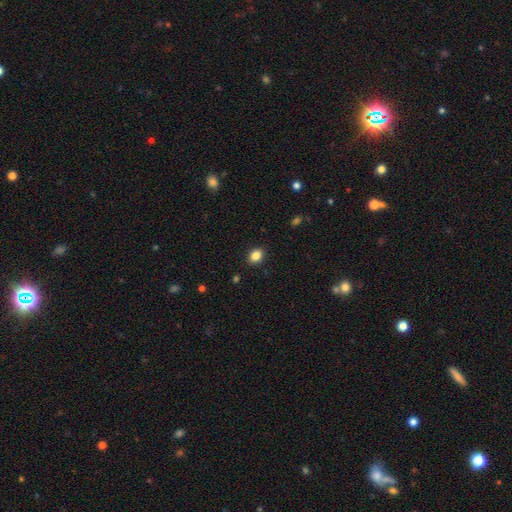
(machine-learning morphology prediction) type=smooth (85%); roundness=in between (66%); merging=none (90%).